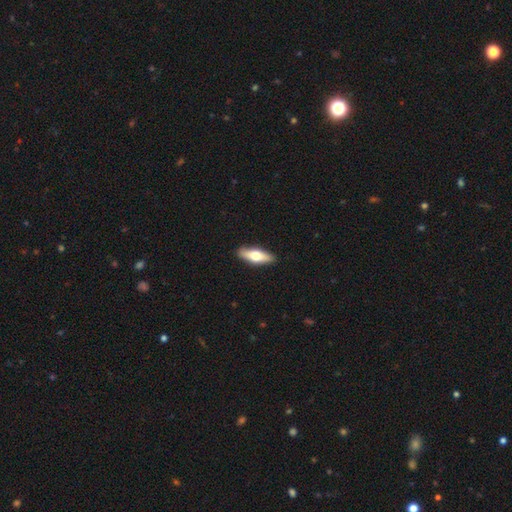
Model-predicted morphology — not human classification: smooth-or-featured: smooth: 56% | featured or disk: 38% | star or artifact: 5%
  how-rounded: in between: 56% | cigar-shaped: 42% | round: 3%
  merging: none: 89% | minor disturbance: 8% | major disturbance: 2% | merger: 1%